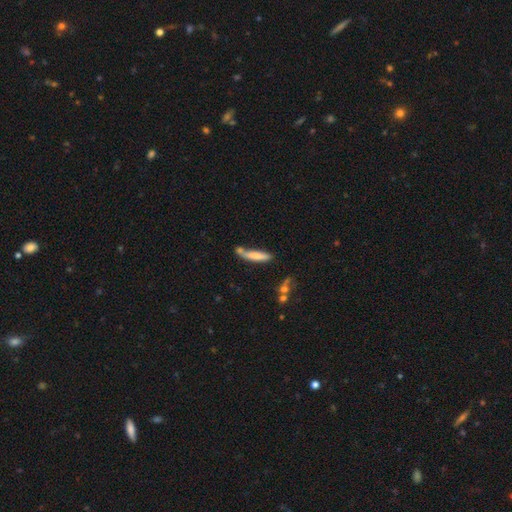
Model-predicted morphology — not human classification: smooth-or-featured: smooth: 70% | featured or disk: 23% | star or artifact: 7%
  how-rounded: cigar-shaped: 85% | in between: 13% | round: 2%
  merging: none: 52% | merger: 21% | minor disturbance: 20% | major disturbance: 7%